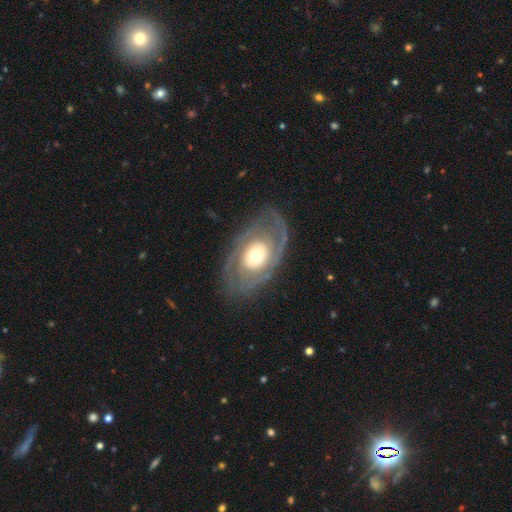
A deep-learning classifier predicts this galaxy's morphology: smooth_or_featured: featured or disk (p=0.81) [alt: smooth p=0.14]
disk_edge_on: no (p=0.94) [alt: yes p=0.06]
bar: no (p=0.77) [alt: weak p=0.17]
has_spiral_arms: yes (p=0.84) [alt: no p=0.16]
spiral_winding: tight (p=0.56) [alt: medium p=0.32]
spiral_arm_count: 2 (p=0.57) [alt: can't tell p=0.22]
bulge_size: moderate (p=0.64) [alt: large p=0.21]
merging: none (p=0.74) [alt: minor disturbance p=0.16]